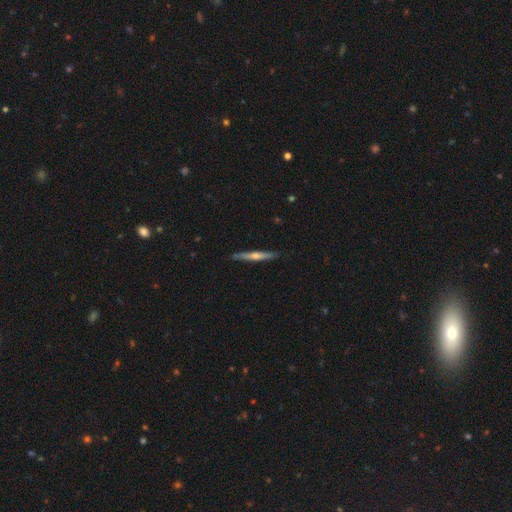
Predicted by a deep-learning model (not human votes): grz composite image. It shows a featured or disk galaxy (65%) viewed edge-on (97%) with a rounded central bulge (81%). Merging: none (89%).